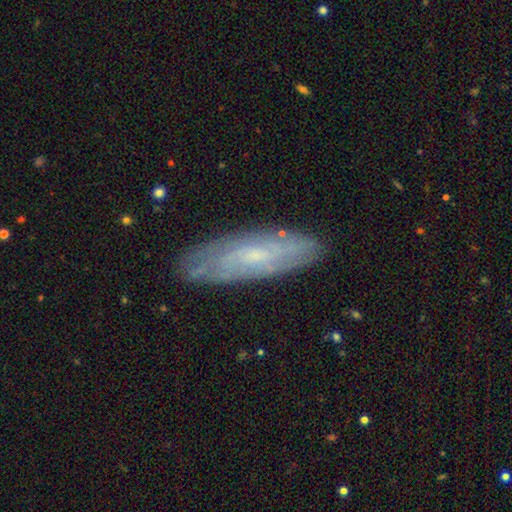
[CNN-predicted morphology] This appears to be a featured or disk galaxy (60%). Merging: none (82%).